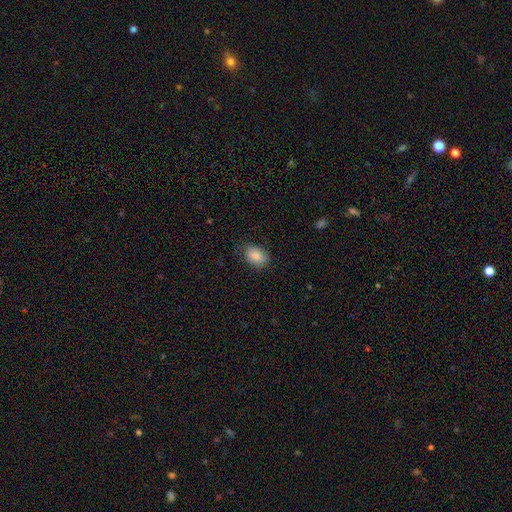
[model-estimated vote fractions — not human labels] Smooth or featured? Predicted: smooth (p=0.86). How rounded? Predicted: in between (p=0.78). Merging? Predicted: none (p=0.78).